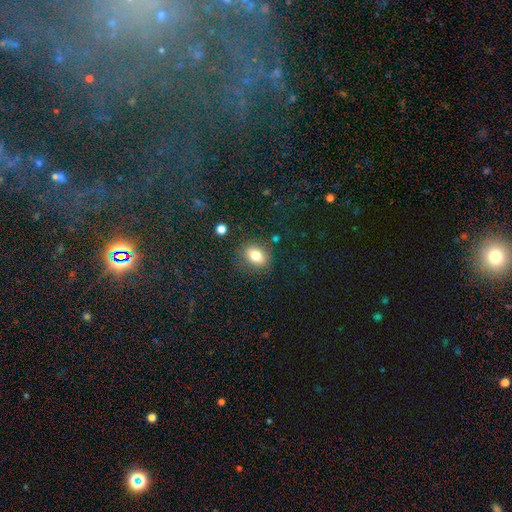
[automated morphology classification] This appears to be a smooth galaxy with no disk features (79%) that is in between round and cigar-shaped (64%). Merging: none (81%).